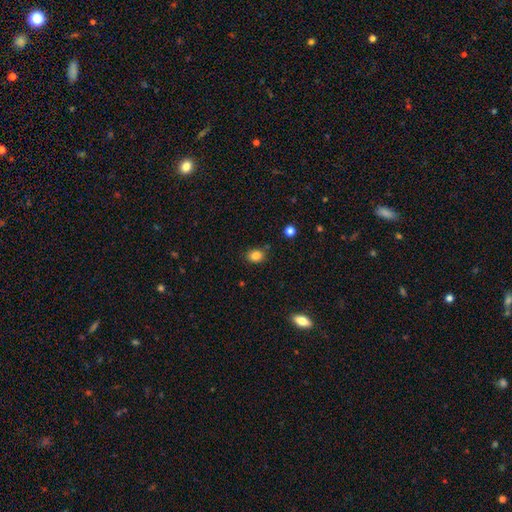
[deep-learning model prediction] Q: Smooth or featured?
A: smooth (84%); runner-up: star or artifact (11%)
Q: How rounded?
A: in between (54%); runner-up: round (45%)
Q: Merging?
A: none (80%); runner-up: minor disturbance (13%)